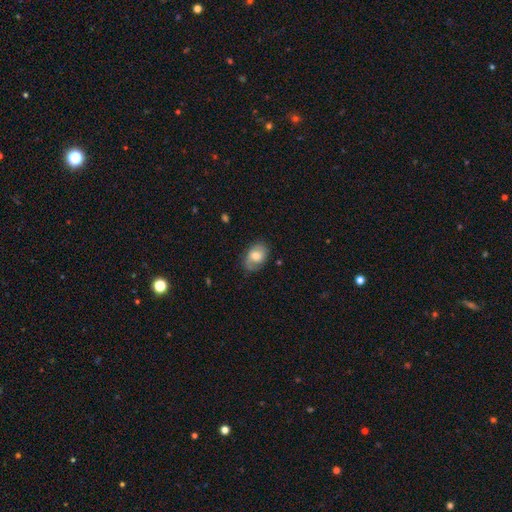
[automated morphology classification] type=smooth (56%); roundness=in between (78%); merging=none (69%).